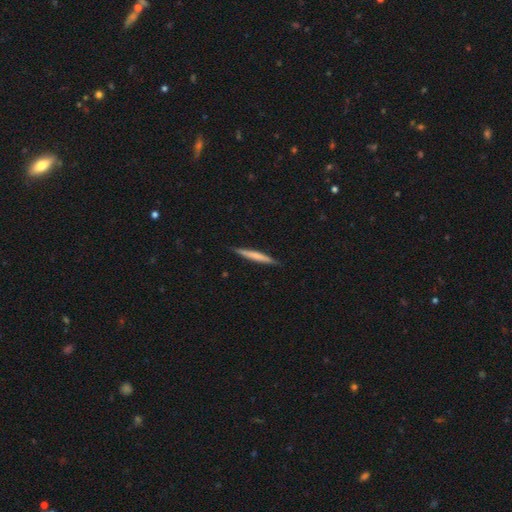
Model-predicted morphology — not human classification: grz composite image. It shows a smooth galaxy with no disk features (58%) that is cigar-shaped (96%). Merging: none (90%).